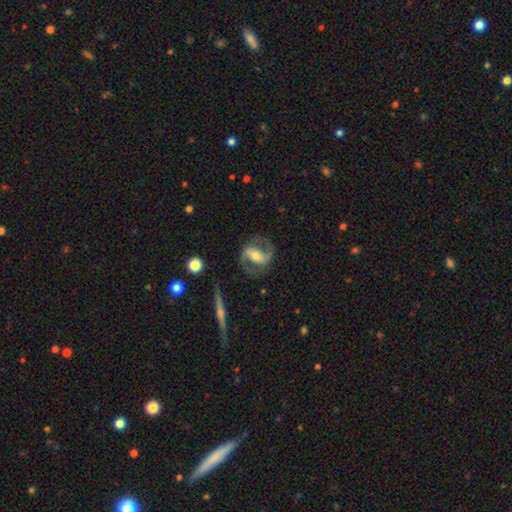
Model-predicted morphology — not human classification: A featured or disk galaxy (85%) with a strong bar (55%), 2 (91%) medium (53%) spiral arms (92%) and a moderate central bulge (58%). Merging: none (78%).